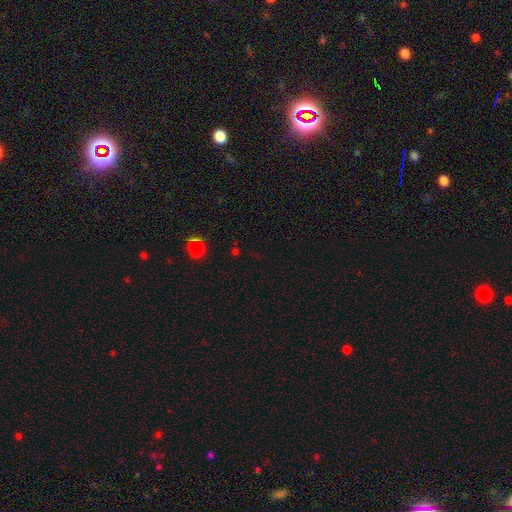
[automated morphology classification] smooth_or_featured: star or artifact (p=0.61) [alt: smooth p=0.31]